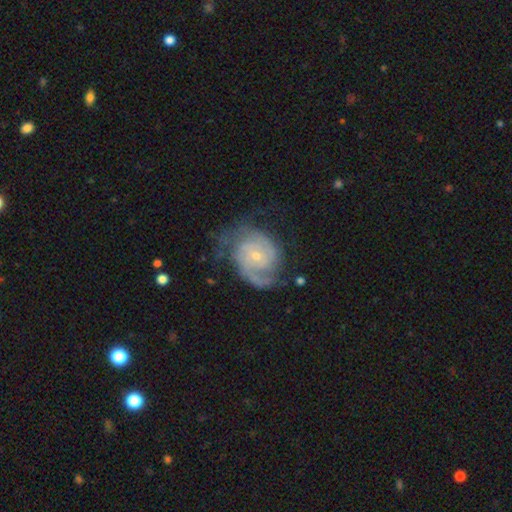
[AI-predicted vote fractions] smooth-or-featured: featured or disk: 87% | smooth: 9% | star or artifact: 5%
  disk-edge-on: no: 98% | yes: 2%
    bar: no: 70% | weak: 26% | strong: 4%
    has-spiral-arms: yes: 96% | no: 4%
      spiral-winding: tight: 54% | medium: 36% | loose: 10%
      spiral-arm-count: 2: 49% | can't tell: 18% | 3: 17% | 1: 8% | 4: 4% | more than 4: 4%
    bulge-size: small: 70% | moderate: 27% | none: 2% | large: 1% | dominant: 1%
  merging: none: 60% | minor disturbance: 23% | major disturbance: 15% | merger: 2%